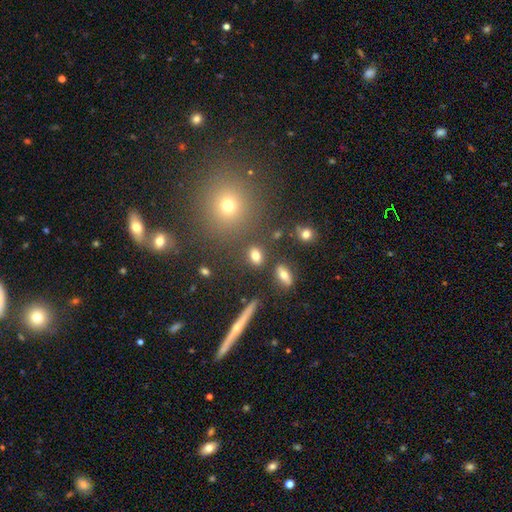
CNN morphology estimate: Smooth or featured? Predicted: smooth (p=0.75). How rounded? Predicted: in between (p=0.61). Merging? Predicted: none (p=0.81).